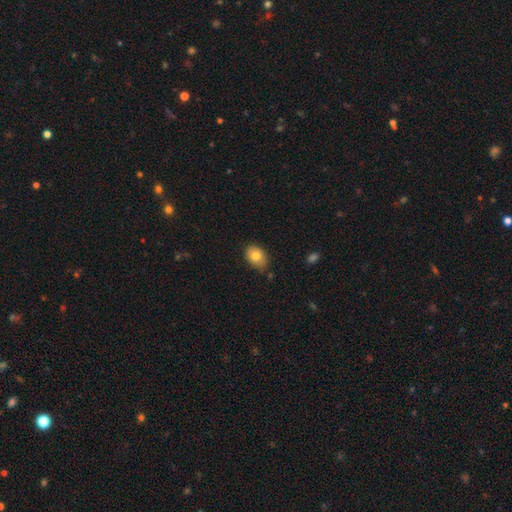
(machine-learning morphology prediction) Smooth or featured? smooth (79%)
How rounded? in between (72%)
Merging? none (73%)